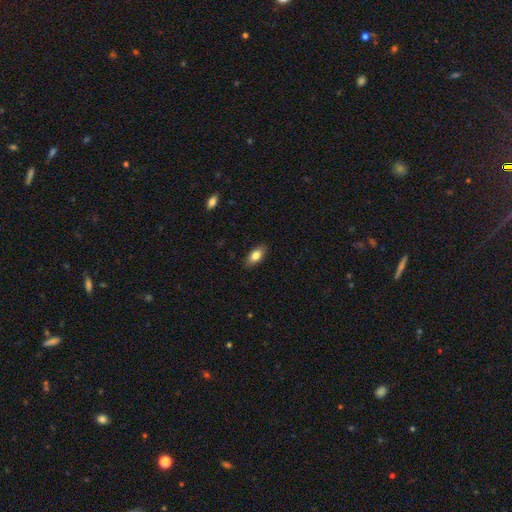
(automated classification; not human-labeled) A smooth galaxy with no disk features (81%) that is in between round and cigar-shaped (88%).

Vote fractions:
- Smooth or featured? smooth: 81% / featured or disk: 12% / star or artifact: 7%
- How rounded? in between: 88% / cigar-shaped: 8% / round: 4%
- Merging? none: 87% / minor disturbance: 10% / major disturbance: 2% / merger: 1%